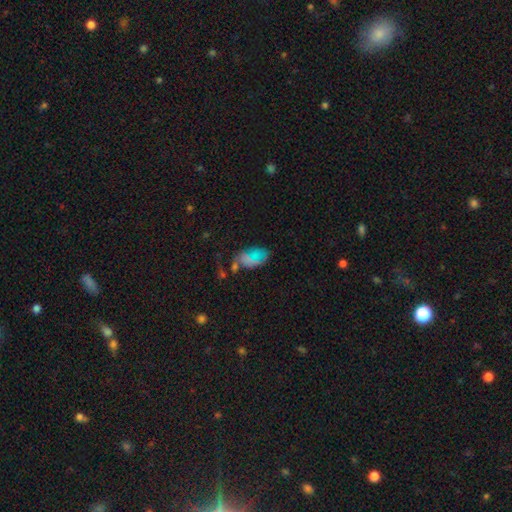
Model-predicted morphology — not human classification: Q: Smooth or featured?
A: smooth (51%); runner-up: featured or disk (25%)
Q: How rounded?
A: in between (90%); runner-up: round (7%)
Q: Merging?
A: none (44%); runner-up: minor disturbance (24%)